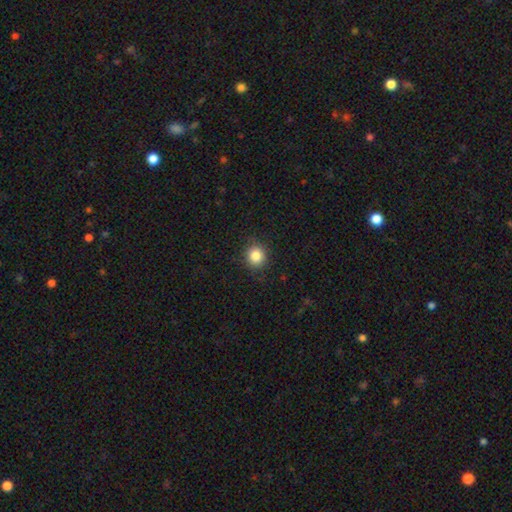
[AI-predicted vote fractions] Smooth or featured: smooth — 84% (star or artifact — 11%)
How rounded: round — 86% (in between — 13%)
Merging: none — 89% (minor disturbance — 8%)